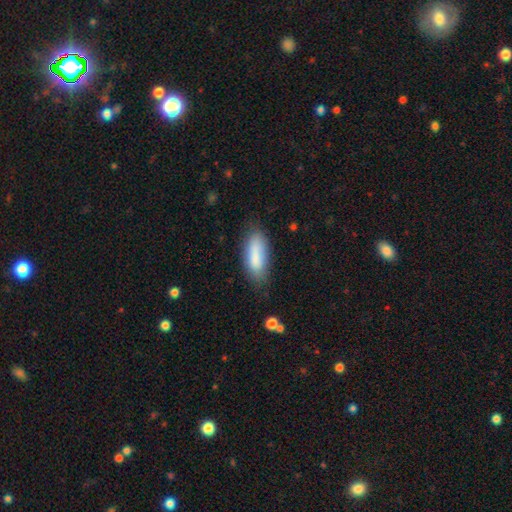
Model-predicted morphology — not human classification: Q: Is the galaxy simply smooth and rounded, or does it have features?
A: smooth — 84%.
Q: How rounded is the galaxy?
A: in between — 70%.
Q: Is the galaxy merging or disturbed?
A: none — 73%.